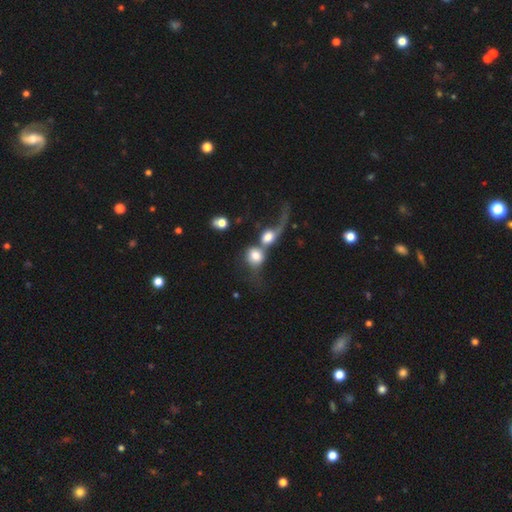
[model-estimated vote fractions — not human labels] Overall: smooth (66%). How rounded: round (71%). Merging: merger (69%).